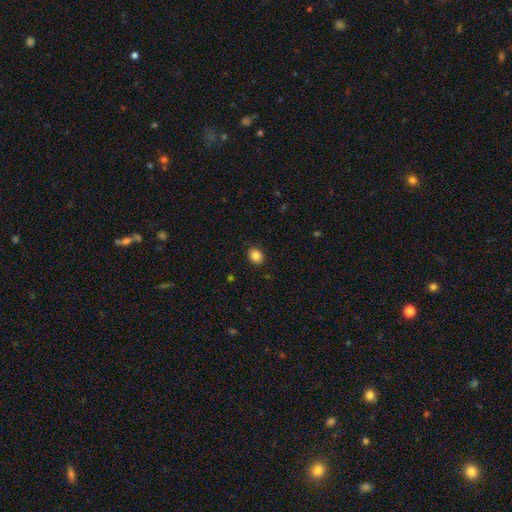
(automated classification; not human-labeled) This appears to be a smooth galaxy with no disk features (86%) that is round (56%). Merging: none (88%).